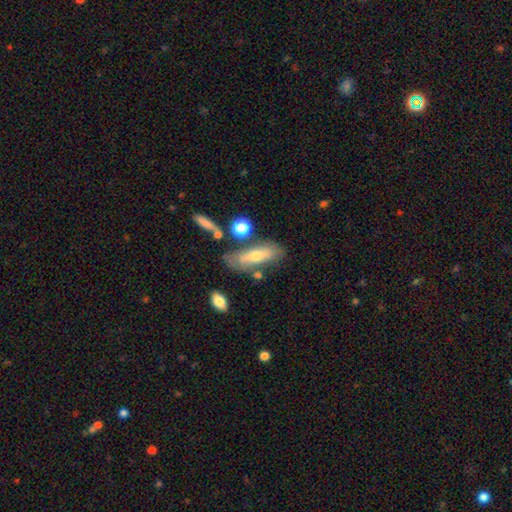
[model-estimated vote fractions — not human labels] Morphology: type=smooth (52%); roundness=in between (50%); merging=none (61%).